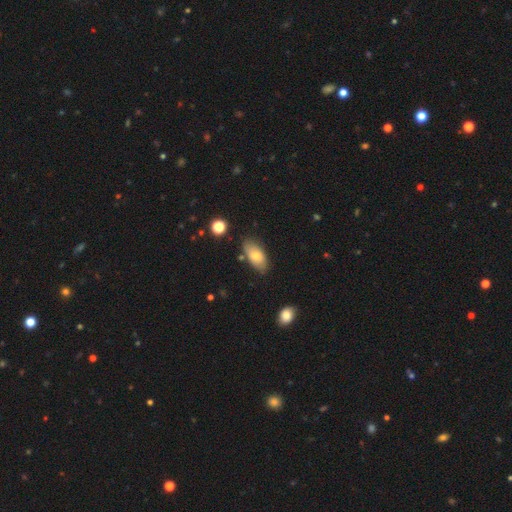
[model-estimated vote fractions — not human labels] This is likely a smooth galaxy (72%). How rounded: clearly in between (91%). Merging: likely none (79%).